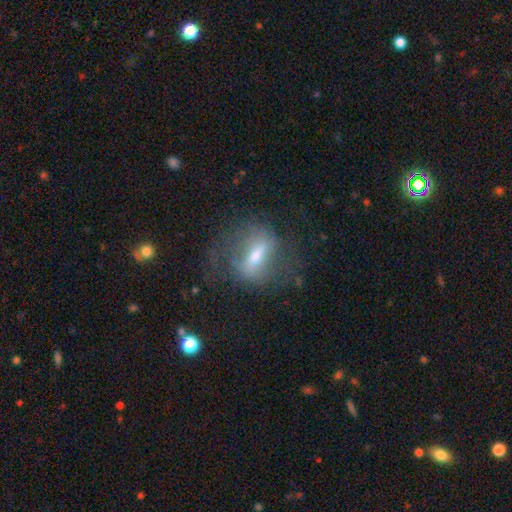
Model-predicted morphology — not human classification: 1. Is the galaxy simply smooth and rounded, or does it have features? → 60% featured or disk, 30% smooth, 10% star or artifact.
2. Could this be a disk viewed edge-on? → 80% no, 20% yes.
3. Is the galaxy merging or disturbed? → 55% none, 23% major disturbance, 20% minor disturbance, 2% merger.